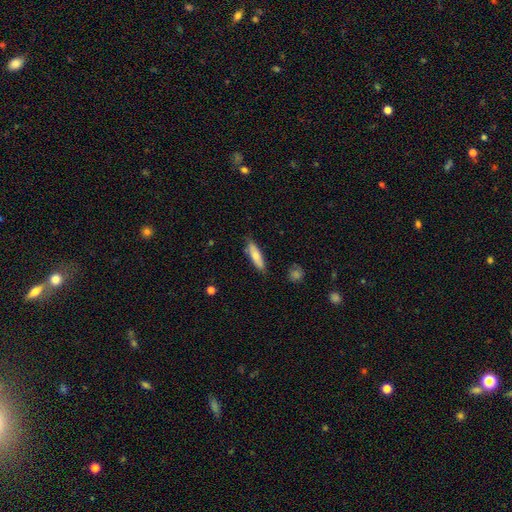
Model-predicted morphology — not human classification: Q: Smooth or featured?
A: smooth (71%); runner-up: featured or disk (23%)
Q: How rounded?
A: cigar-shaped (66%); runner-up: in between (32%)
Q: Merging?
A: none (79%); runner-up: minor disturbance (16%)